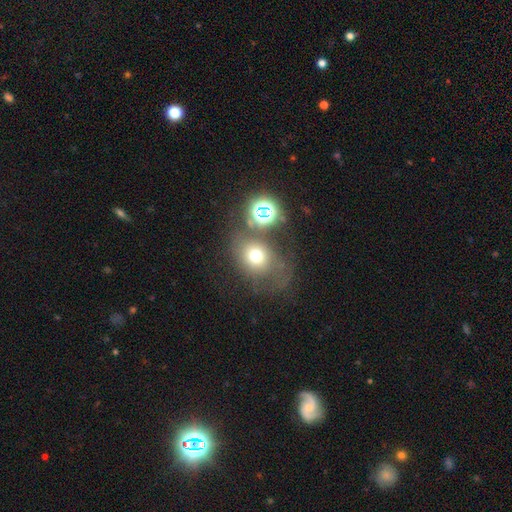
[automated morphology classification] smooth_or_featured: smooth (p=0.45) [alt: featured or disk p=0.29]
merging: none (p=0.46) [alt: merger p=0.23]